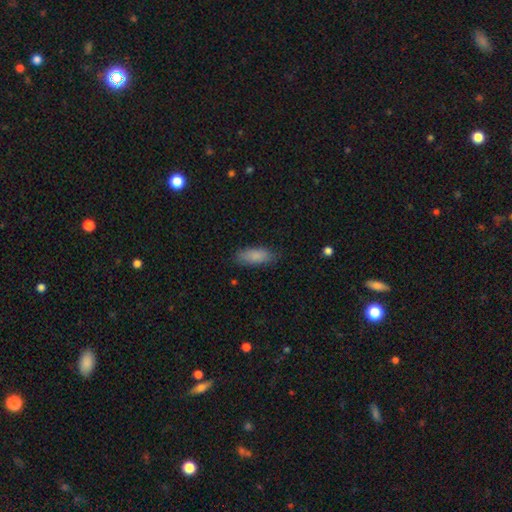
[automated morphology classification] Overall: smooth (86%). How rounded: in between (77%). Merging: none (83%).